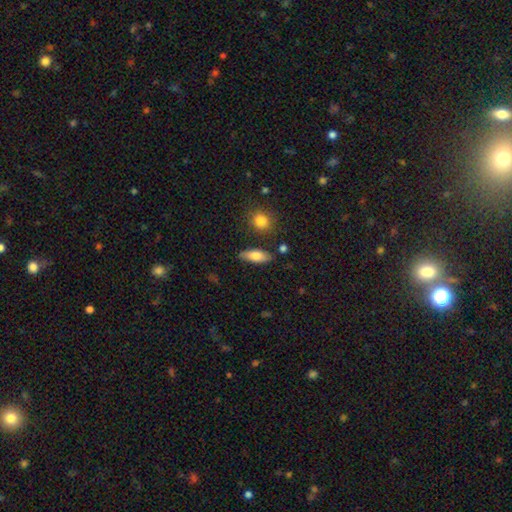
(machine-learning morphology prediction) type=smooth (76%); roundness=in between (70%); merging=none (81%).